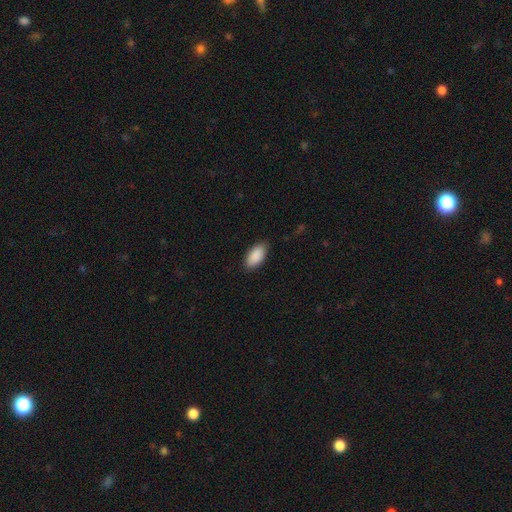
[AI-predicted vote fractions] This appears to be a smooth galaxy with no disk features (91%) that is in between round and cigar-shaped (93%). Merging: none (85%).